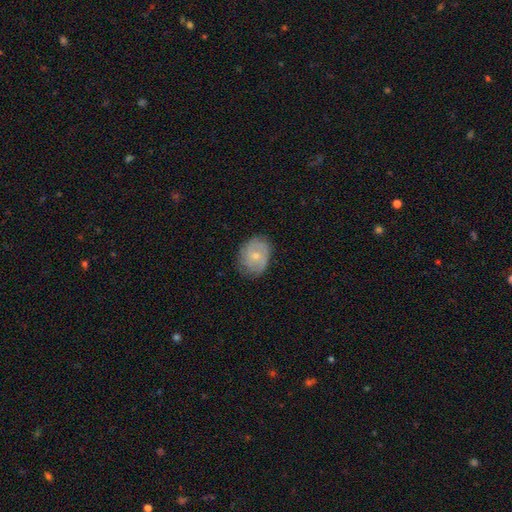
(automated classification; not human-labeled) A featured or disk galaxy (47%). Merging: none (71%).